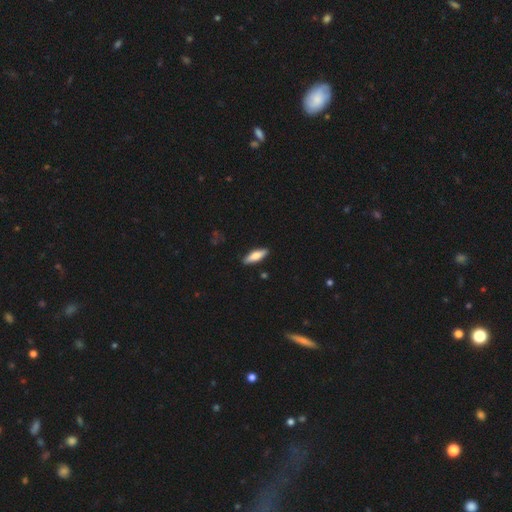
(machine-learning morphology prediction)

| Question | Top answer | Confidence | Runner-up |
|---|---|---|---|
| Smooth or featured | smooth | 73% | featured or disk (21%) |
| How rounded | cigar-shaped | 51% | in between (47%) |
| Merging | none | 88% | minor disturbance (9%) |